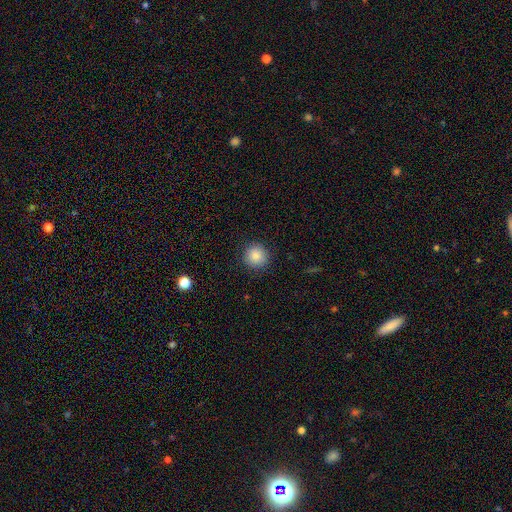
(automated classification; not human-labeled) Smooth or featured: smooth — 86% (star or artifact — 10%)
How rounded: round — 94% (in between — 5%)
Merging: none — 91% (minor disturbance — 6%)